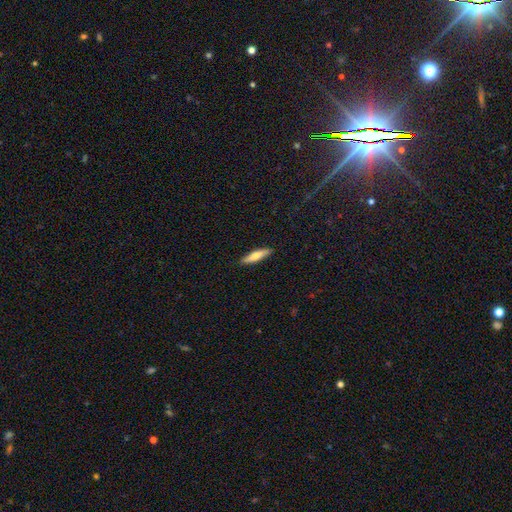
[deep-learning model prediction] smooth_or_featured: smooth (p=0.66) [alt: featured or disk p=0.29]
how_rounded: cigar-shaped (p=0.75) [alt: in between p=0.23]
merging: none (p=0.90) [alt: minor disturbance p=0.08]